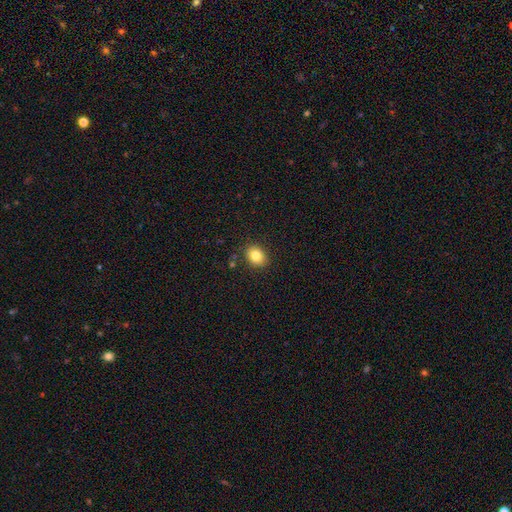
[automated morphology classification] This appears to be a smooth galaxy with no disk features (82%) that is in between round and cigar-shaped (55%). Merging: none (88%).